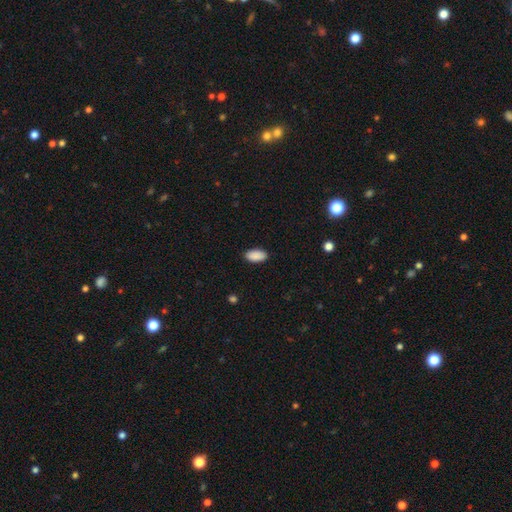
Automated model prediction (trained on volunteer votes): The model was most divided on "merging": none: 89%, minor disturbance: 8%, major disturbance: 2%, merger: 1%. More confident: how rounded — in between (94%); smooth or featured — smooth (91%).